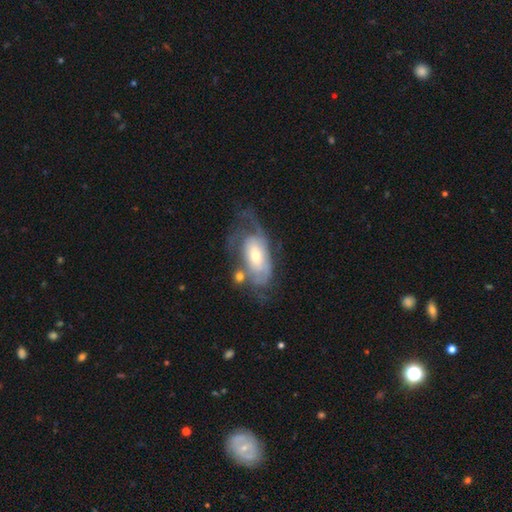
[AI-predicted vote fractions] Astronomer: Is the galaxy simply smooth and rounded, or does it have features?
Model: featured or disk — 72%.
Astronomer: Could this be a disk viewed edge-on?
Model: no — 93%.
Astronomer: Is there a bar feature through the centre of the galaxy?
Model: no — 65%.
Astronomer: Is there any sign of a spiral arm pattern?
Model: yes — 77%.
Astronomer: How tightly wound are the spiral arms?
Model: tight — 48% (runner-up: medium, 34%).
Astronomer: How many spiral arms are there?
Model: can't tell — 44% (runner-up: 2, 31%).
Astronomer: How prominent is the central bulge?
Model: moderate — 53% (runner-up: small, 37%).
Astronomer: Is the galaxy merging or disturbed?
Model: none — 41% (runner-up: major disturbance, 29%).